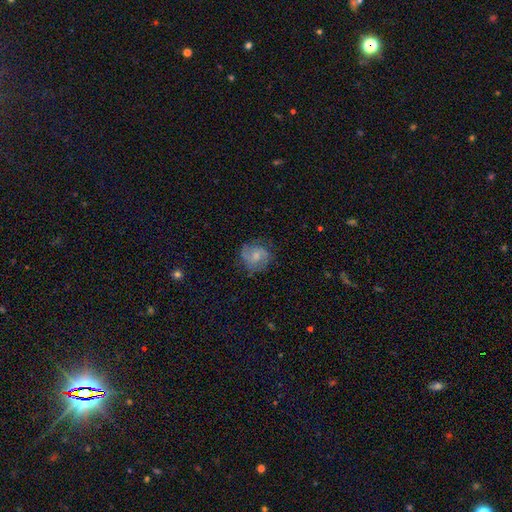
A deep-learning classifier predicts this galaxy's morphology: This is possibly a featured or disk galaxy (55%). It is clearly not viewed edge-on (98%). Bar: possibly no (59%). Spiral arm pattern: clearly yes (87%). Central bulge: possibly small (47%). Merging: likely none (70%).